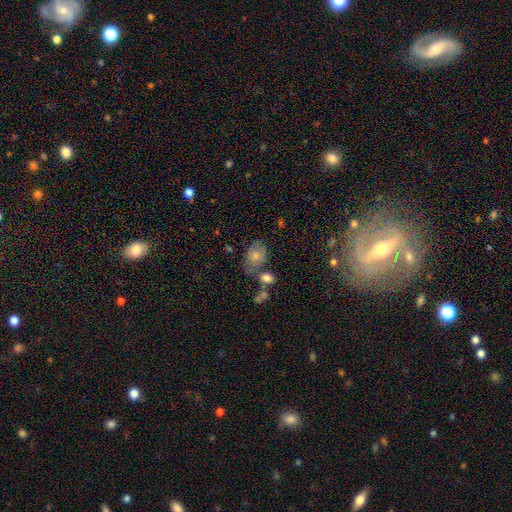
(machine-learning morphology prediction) smooth_or_featured: smooth (p=0.74) [alt: featured or disk p=0.18]
how_rounded: in between (p=0.81) [alt: round p=0.18]
merging: none (p=0.50) [alt: minor disturbance p=0.22]